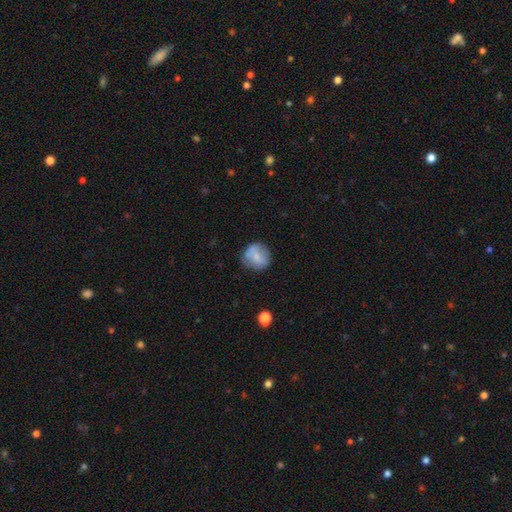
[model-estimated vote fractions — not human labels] Smooth or featured: smooth — 68% (featured or disk — 24%)
How rounded: round — 86% (in between — 13%)
Merging: none — 67% (minor disturbance — 22%)